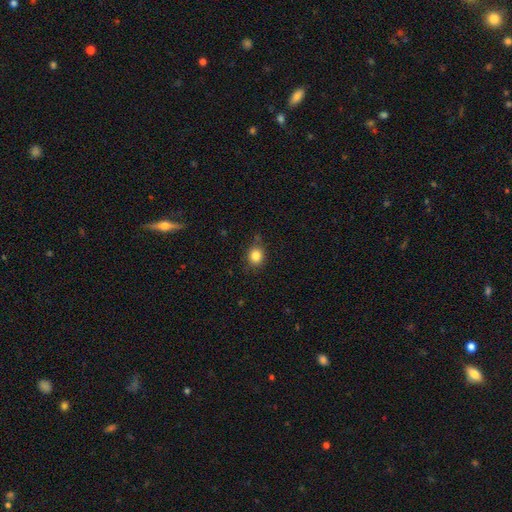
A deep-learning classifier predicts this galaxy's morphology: A smooth galaxy with no disk features (84%) that is round (67%).

Vote fractions:
- Smooth or featured? smooth: 84% / star or artifact: 10% / featured or disk: 6%
- How rounded? round: 67% / in between: 32% / cigar-shaped: 1%
- Merging? none: 77% / minor disturbance: 17% / major disturbance: 4% / merger: 2%